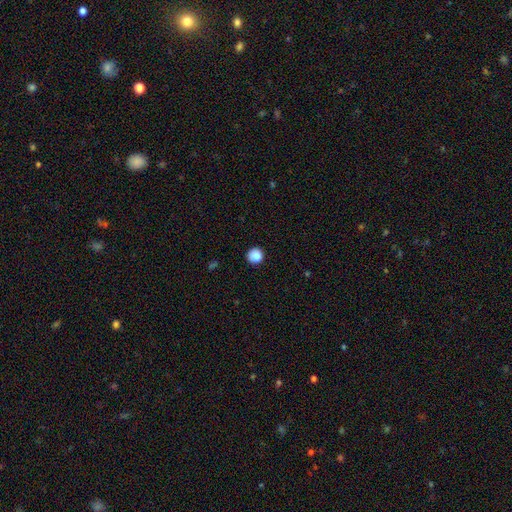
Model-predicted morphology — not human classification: Smooth or featured? Predicted: smooth (p=0.86). How rounded? Predicted: round (p=0.94). Merging? Predicted: none (p=0.86).